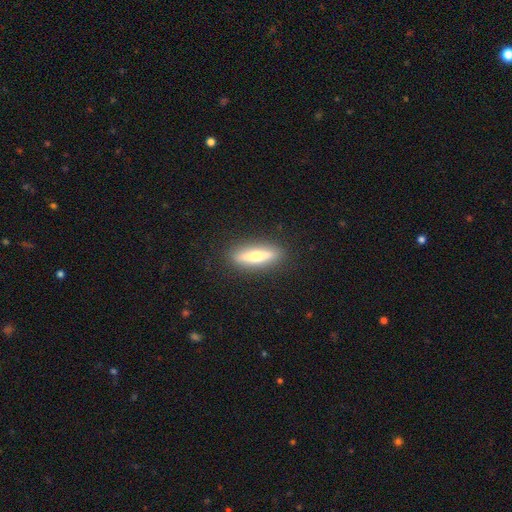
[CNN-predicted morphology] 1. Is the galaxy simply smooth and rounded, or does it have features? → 49% smooth, 45% featured or disk, 6% star or artifact.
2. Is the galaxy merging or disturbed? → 89% none, 7% minor disturbance, 2% major disturbance, 1% merger.